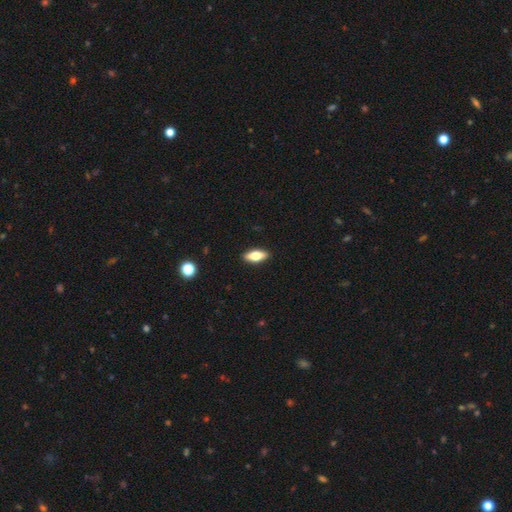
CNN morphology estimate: Overall: smooth (68%). How rounded: in between (77%). Merging: none (90%).